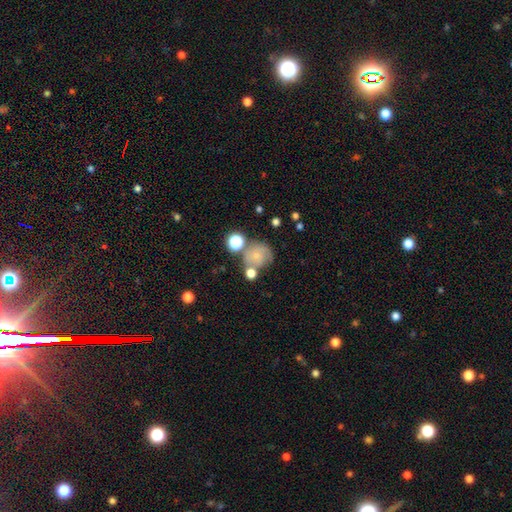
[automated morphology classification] type=smooth (61%); roundness=round (77%); merging=none (48%).